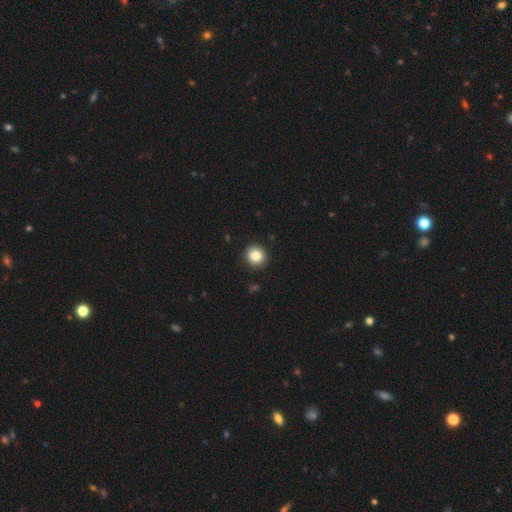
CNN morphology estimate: smooth-or-featured: smooth: 86% | star or artifact: 10% | featured or disk: 5%
  how-rounded: round: 89% | in between: 10% | cigar-shaped: 1%
  merging: none: 91% | minor disturbance: 6% | major disturbance: 2% | merger: 1%